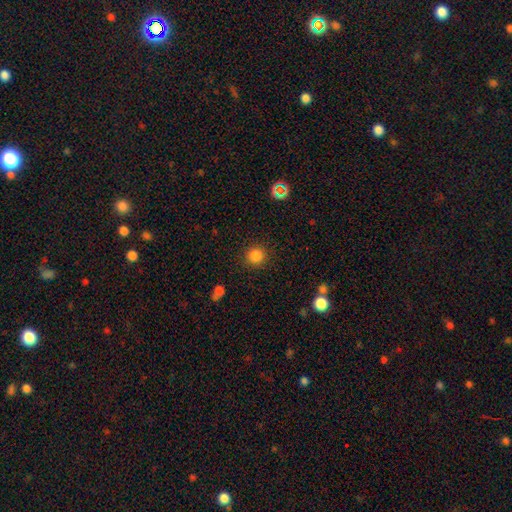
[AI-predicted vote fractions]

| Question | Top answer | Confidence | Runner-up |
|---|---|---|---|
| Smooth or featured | smooth | 83% | star or artifact (13%) |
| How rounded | round | 94% | in between (5%) |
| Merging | none | 90% | minor disturbance (6%) |